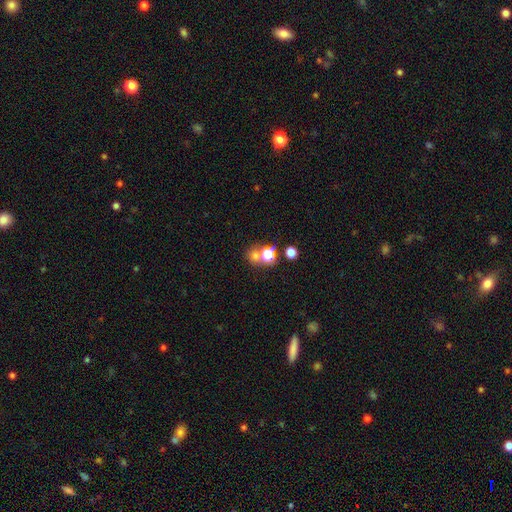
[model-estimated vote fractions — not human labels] A smooth galaxy with no disk features (63%) that is round (77%). Merging: none (49%).